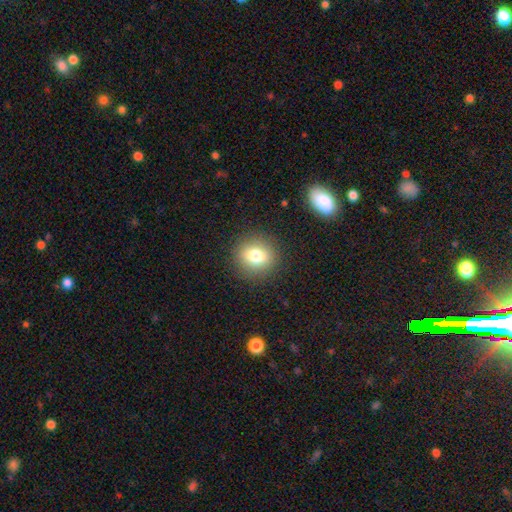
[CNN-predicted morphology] smooth_or_featured: smooth (p=0.77) [alt: star or artifact p=0.11]
how_rounded: round (p=0.85) [alt: in between p=0.14]
merging: none (p=0.89) [alt: minor disturbance p=0.07]